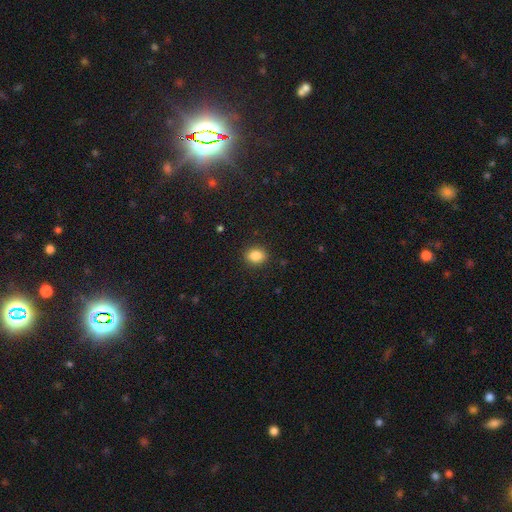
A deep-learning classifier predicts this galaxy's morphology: The model was most divided on "how rounded": in between: 52%, round: 47%, cigar-shaped: 1%. More confident: merging — none (90%); smooth or featured — smooth (86%).